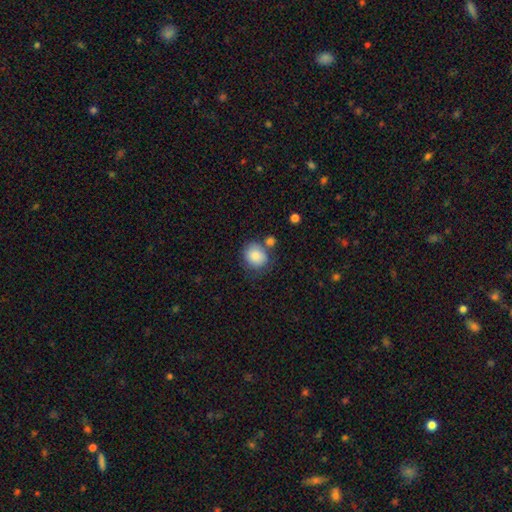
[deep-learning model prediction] smooth 85%, star or artifact 8%, featured or disk 7%. Down the decision tree: how rounded — round (75%); merging — none (60%).